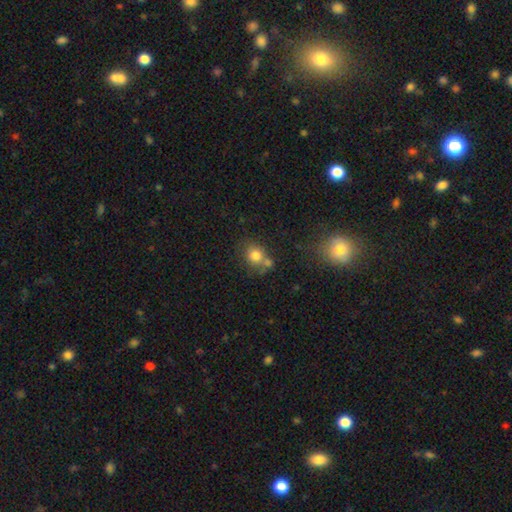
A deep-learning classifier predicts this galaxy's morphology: Overall: smooth (77%). How rounded: round (72%). Merging: none (52%; merger 25%).